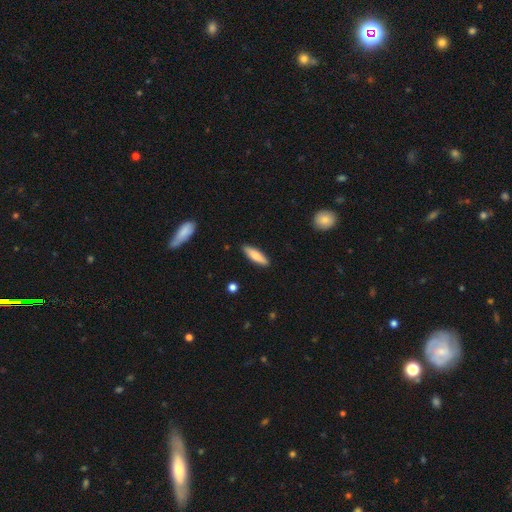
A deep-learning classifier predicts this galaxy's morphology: A smooth galaxy with no disk features (75%) that is cigar-shaped (68%). Merging: none (88%).